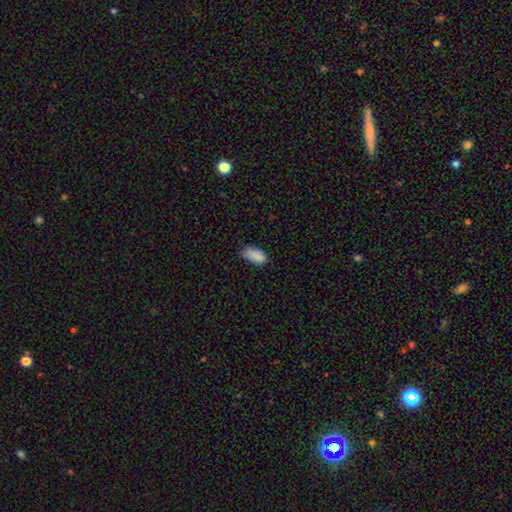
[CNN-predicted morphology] Q: Smooth or featured?
A: smooth (89%); runner-up: star or artifact (7%)
Q: How rounded?
A: in between (92%); runner-up: cigar-shaped (6%)
Q: Merging?
A: none (73%); runner-up: minor disturbance (22%)